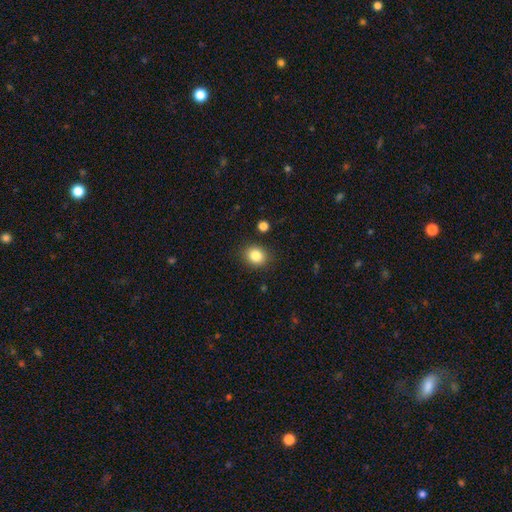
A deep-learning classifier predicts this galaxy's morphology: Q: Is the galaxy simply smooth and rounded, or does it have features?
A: smooth — 84%.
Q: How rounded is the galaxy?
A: round — 64%.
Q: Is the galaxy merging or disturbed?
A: none — 88%.